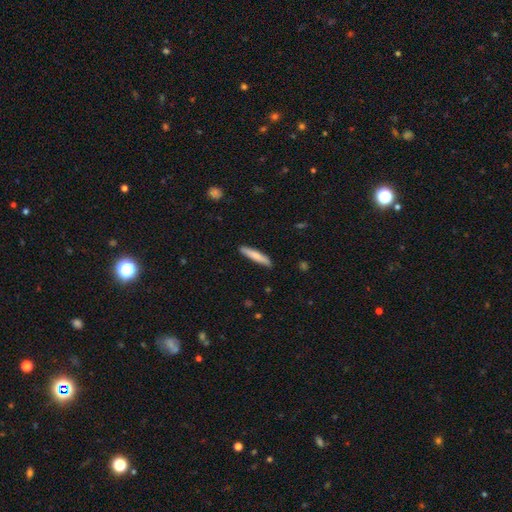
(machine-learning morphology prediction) smooth_or_featured: smooth (p=0.76) [alt: featured or disk p=0.19]
how_rounded: cigar-shaped (p=0.90) [alt: in between p=0.09]
merging: none (p=0.89) [alt: minor disturbance p=0.09]